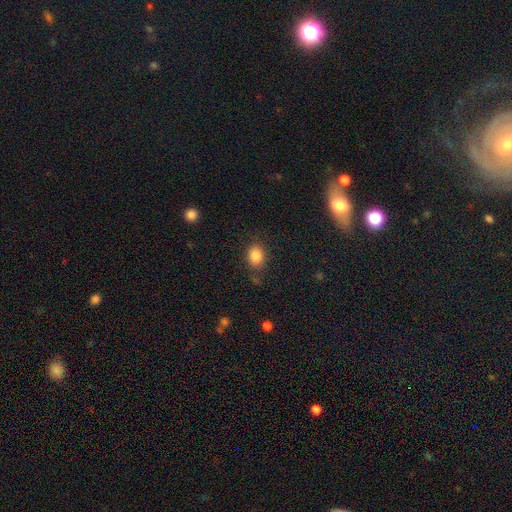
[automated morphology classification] A smooth galaxy with no disk features (85%) that is in between round and cigar-shaped (61%). Merging: none (79%).